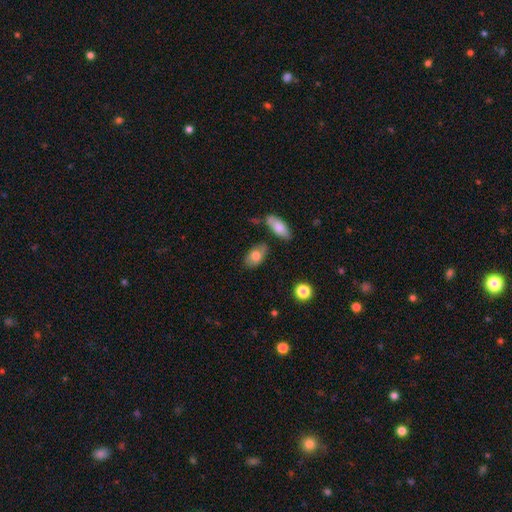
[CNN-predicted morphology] The model was most divided on "merging": none: 71%, minor disturbance: 17%, merger: 8%, major disturbance: 4%. More confident: how rounded — in between (89%); smooth or featured — smooth (74%).